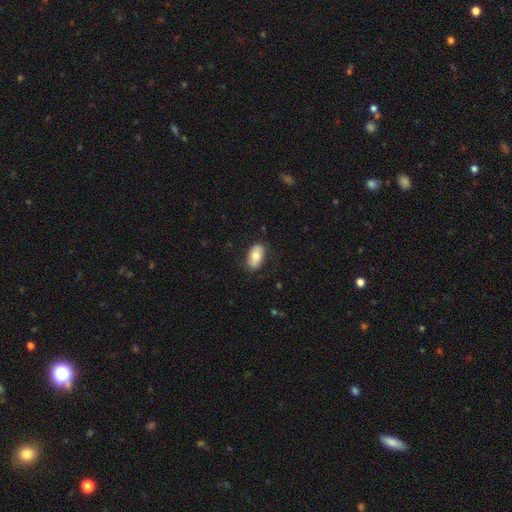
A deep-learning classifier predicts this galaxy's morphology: Smooth or featured? smooth (74%)
How rounded? in between (93%)
Merging? none (81%)